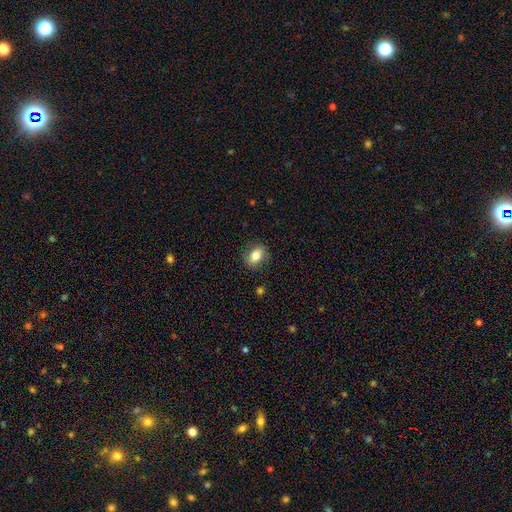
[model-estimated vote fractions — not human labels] Q: Smooth or featured?
A: smooth (75%); runner-up: featured or disk (17%)
Q: How rounded?
A: in between (67%); runner-up: round (30%)
Q: Merging?
A: none (83%); runner-up: minor disturbance (13%)